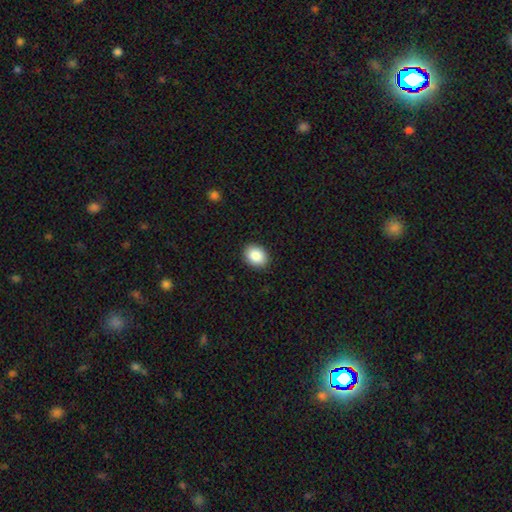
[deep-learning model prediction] The model was most divided on "how rounded": in between: 59%, round: 40%, cigar-shaped: 1%. More confident: merging — none (90%); smooth or featured — smooth (87%).